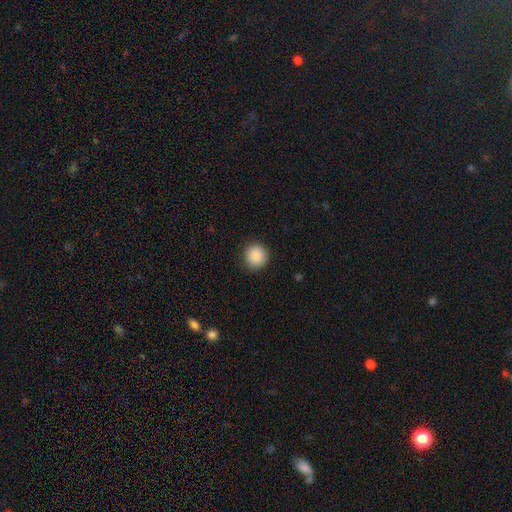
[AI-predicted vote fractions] A smooth galaxy with no disk features (89%) that is round (94%). Merging: none (90%).